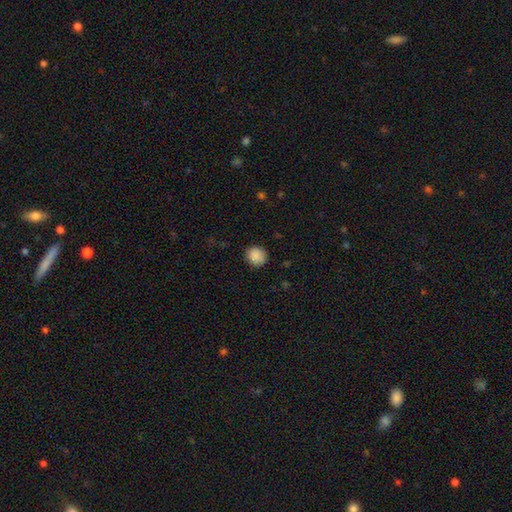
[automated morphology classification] type=smooth (89%); roundness=round (84%); merging=none (87%).